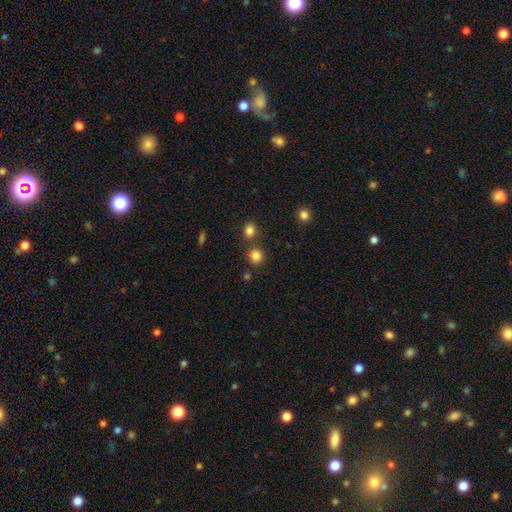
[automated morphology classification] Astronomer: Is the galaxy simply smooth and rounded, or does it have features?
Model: smooth — 83%.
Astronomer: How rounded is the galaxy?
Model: round — 86%.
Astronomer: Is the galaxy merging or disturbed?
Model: none — 75%.